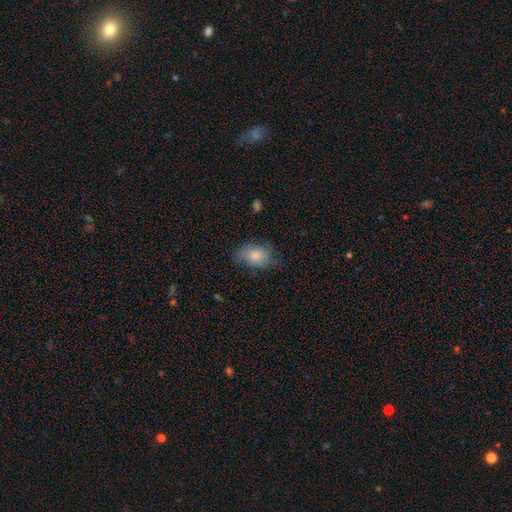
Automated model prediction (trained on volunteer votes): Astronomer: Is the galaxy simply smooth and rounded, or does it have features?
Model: smooth — 77%.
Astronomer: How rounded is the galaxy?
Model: in between — 85%.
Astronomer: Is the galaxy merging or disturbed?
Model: none — 56% (runner-up: minor disturbance, 31%).